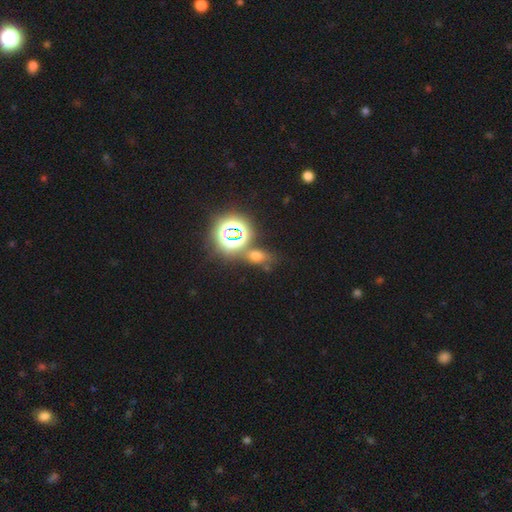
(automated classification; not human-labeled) Smooth or featured? Predicted: smooth (p=0.47). Merging? Predicted: none (p=0.62).